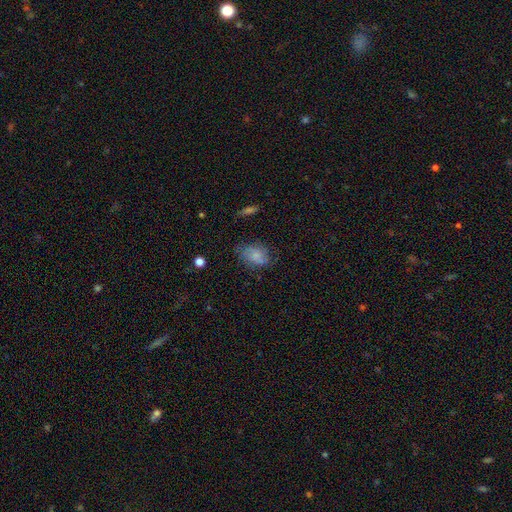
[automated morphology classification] Overall: smooth (72%). How rounded: in between (76%). Merging: none (61%; minor disturbance 26%).